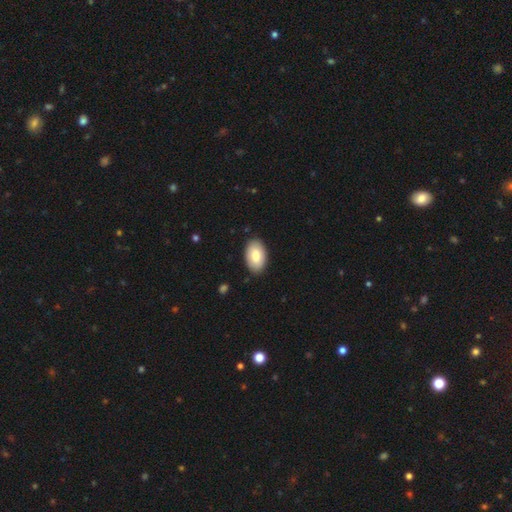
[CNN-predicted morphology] This appears to be a smooth galaxy with no disk features (82%) that is in between round and cigar-shaped (94%). Merging: none (88%).